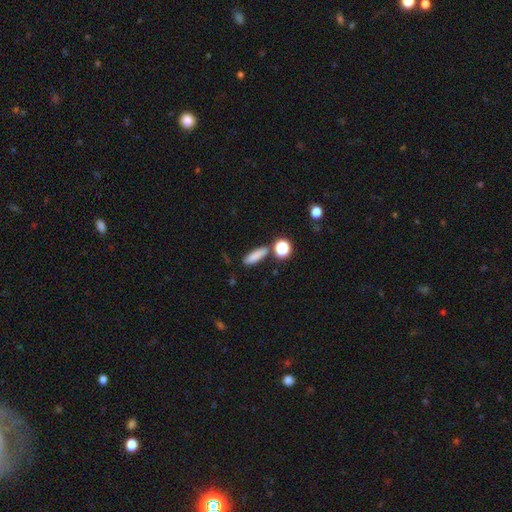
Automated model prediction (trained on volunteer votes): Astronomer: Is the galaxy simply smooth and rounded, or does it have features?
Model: smooth — 81%.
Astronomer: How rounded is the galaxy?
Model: cigar-shaped — 50% (runner-up: in between, 42%).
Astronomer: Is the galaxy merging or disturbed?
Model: none — 76%.